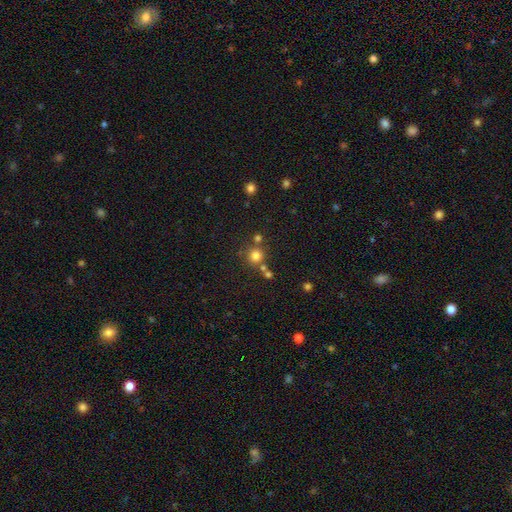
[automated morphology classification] smooth_or_featured: smooth (p=0.77) [alt: star or artifact p=0.16]
how_rounded: round (p=0.92) [alt: in between p=0.07]
merging: none (p=0.69) [alt: merger p=0.19]